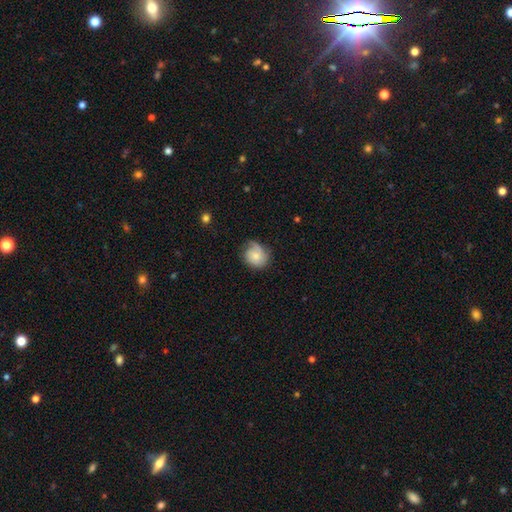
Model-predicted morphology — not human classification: This is possibly a smooth galaxy (57%). How rounded: likely round (68%). Merging: possibly none (56%).